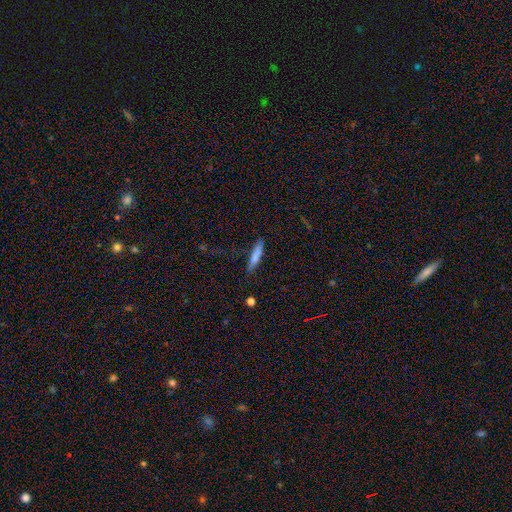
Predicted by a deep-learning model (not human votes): Smooth or featured? Predicted: smooth (p=0.75). How rounded? Predicted: cigar-shaped (p=0.88). Merging? Predicted: none (p=0.80).